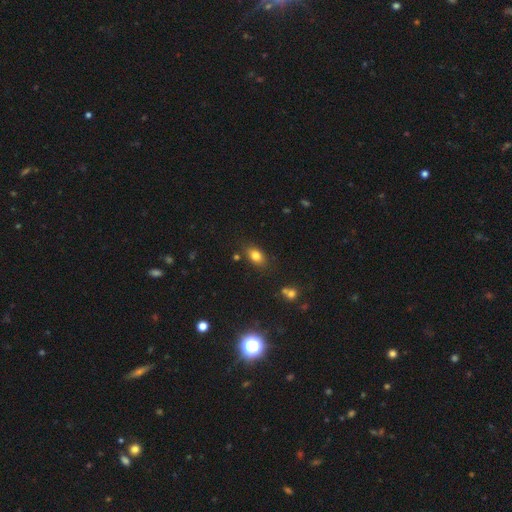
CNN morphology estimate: This appears to be a smooth galaxy with no disk features (80%) that is in between round and cigar-shaped (81%). Merging: none (79%).